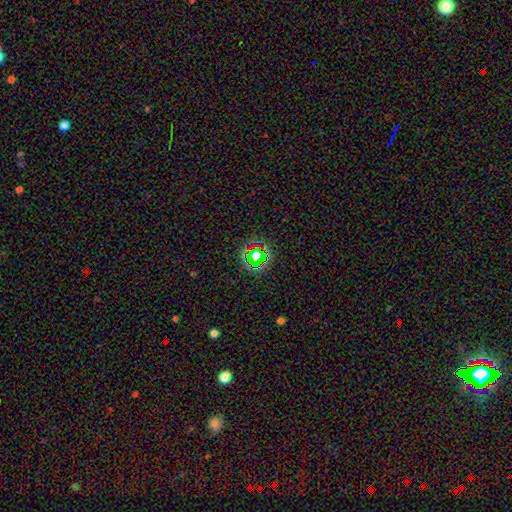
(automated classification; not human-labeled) A star or artifact, not a galaxy (68%).